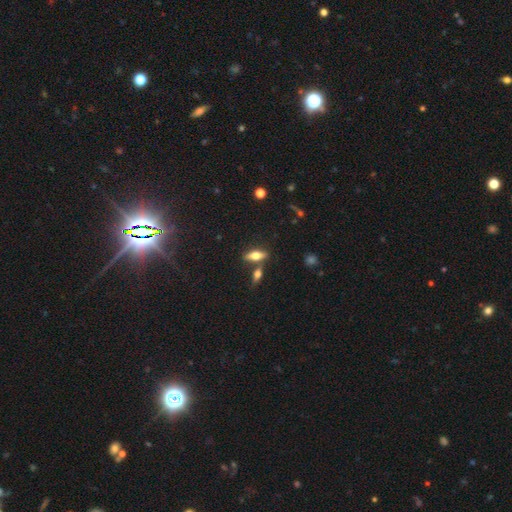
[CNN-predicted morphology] Smooth or featured: smooth — 52% (featured or disk — 39%)
How rounded: in between — 60% (cigar-shaped — 35%)
Merging: none — 69% (merger — 16%)